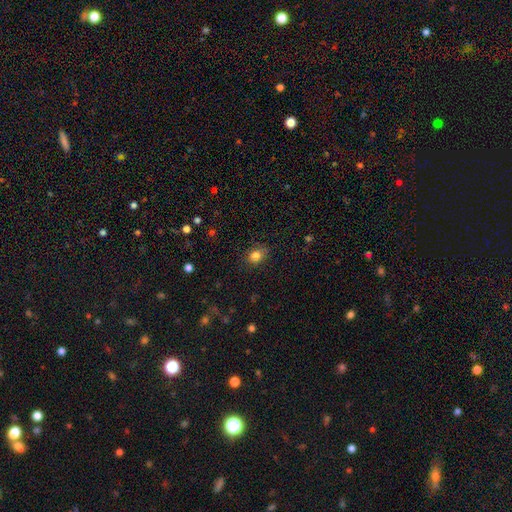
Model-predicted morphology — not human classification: Smooth or featured?
  - smooth: 82% *
  - star or artifact: 11%
  - featured or disk: 7%
How rounded?
  - round: 51% *
  - in between: 48%
  - cigar-shaped: 1%
Merging?
  - none: 82% *
  - minor disturbance: 13%
  - major disturbance: 3%
  - merger: 1%